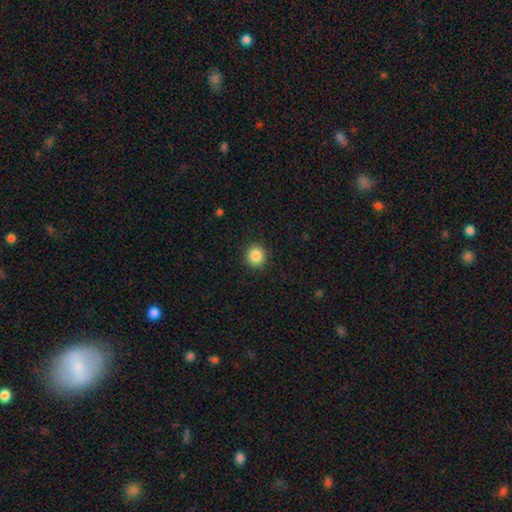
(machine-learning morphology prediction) smooth-or-featured: smooth: 87% | star or artifact: 9% | featured or disk: 4%
  how-rounded: round: 90% | in between: 9% | cigar-shaped: 1%
  merging: none: 92% | minor disturbance: 5% | major disturbance: 2% | merger: 1%